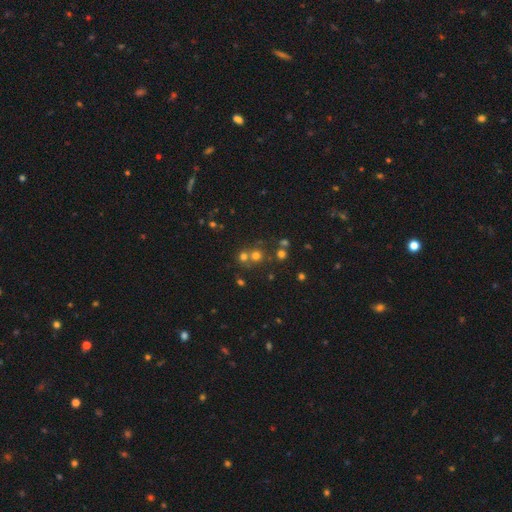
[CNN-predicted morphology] Overall: smooth (63%; star or artifact 25%). How rounded: round (88%). Merging: none (57%; merger 33%).